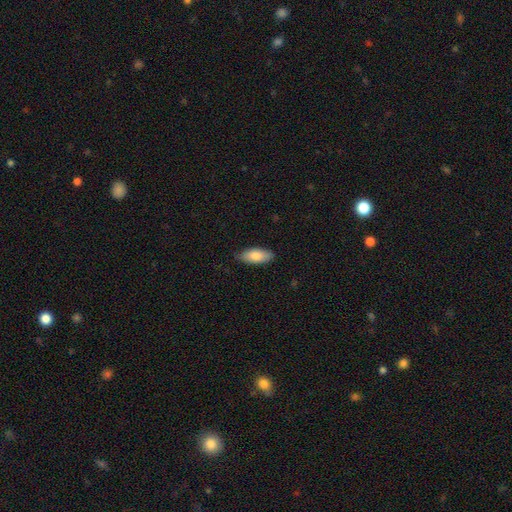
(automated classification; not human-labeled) smooth_or_featured: smooth (p=0.83) [alt: featured or disk p=0.11]
how_rounded: in between (p=0.85) [alt: cigar-shaped p=0.13]
merging: none (p=0.82) [alt: minor disturbance p=0.15]